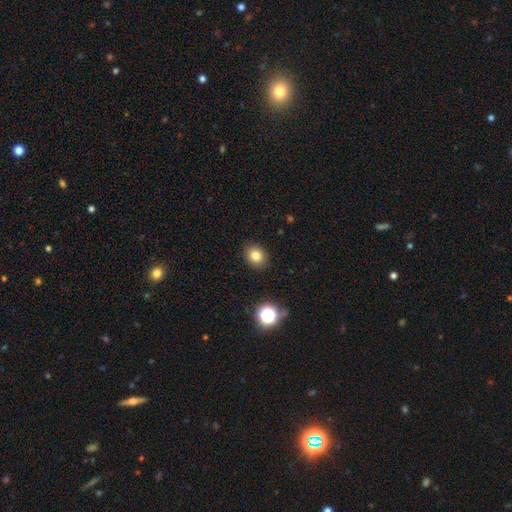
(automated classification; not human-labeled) Overall: smooth (80%). How rounded: round (56%; in between 44%). Merging: none (89%).